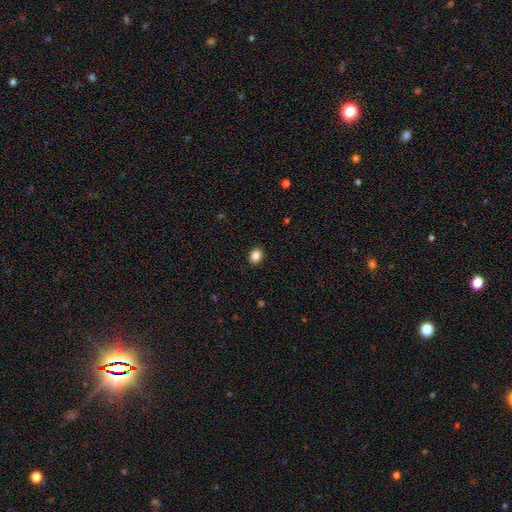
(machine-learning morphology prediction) Smooth or featured?
  - smooth: 86% *
  - star or artifact: 10%
  - featured or disk: 4%
How rounded?
  - round: 58% *
  - in between: 41%
  - cigar-shaped: 1%
Merging?
  - none: 91% *
  - minor disturbance: 6%
  - major disturbance: 2%
  - merger: 1%